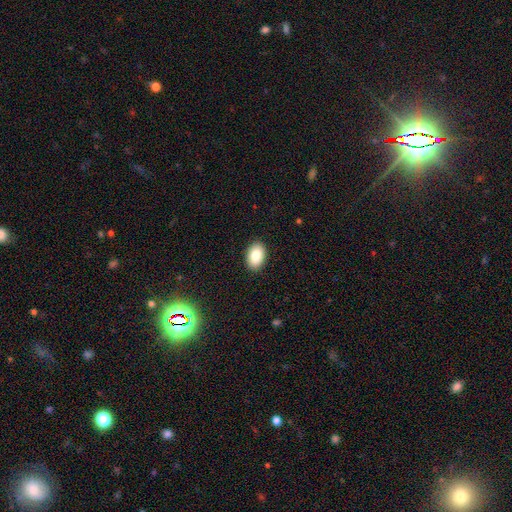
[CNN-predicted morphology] The model was most divided on "smooth or featured": smooth: 85%, star or artifact: 8%, featured or disk: 7%. More confident: merging — none (90%); how rounded — in between (89%).